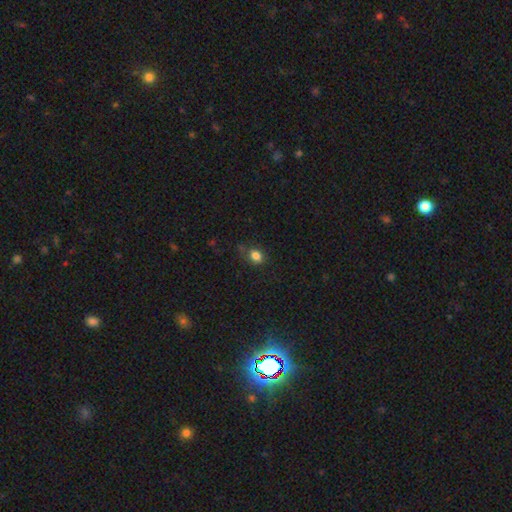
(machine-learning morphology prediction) Smooth or featured? smooth (83%)
How rounded? in between (60%)
Merging? none (69%)